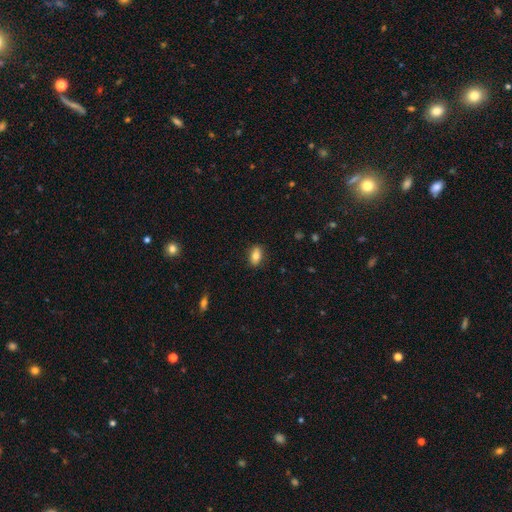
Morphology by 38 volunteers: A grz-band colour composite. It shows a smooth galaxy with no disk features (76%) that is in between round and cigar-shaped (83%). Merging: none (89%).